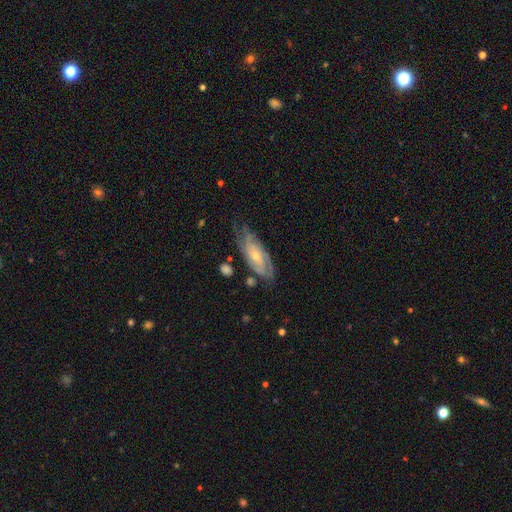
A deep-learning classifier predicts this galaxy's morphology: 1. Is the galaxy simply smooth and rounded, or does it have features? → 76% featured or disk, 17% smooth, 7% star or artifact.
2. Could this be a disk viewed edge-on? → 89% no, 11% yes.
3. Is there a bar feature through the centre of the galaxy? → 66% no, 27% weak, 6% strong.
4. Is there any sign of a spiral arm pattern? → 91% yes, 9% no.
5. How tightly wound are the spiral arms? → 59% tight, 32% medium, 9% loose.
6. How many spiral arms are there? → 42% 2, 35% can't tell, 12% 3, 4% 4, 4% 1, 3% more than 4.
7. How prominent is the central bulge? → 62% small, 34% moderate, 2% none, 1% large, 1% dominant.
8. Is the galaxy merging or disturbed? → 68% none, 22% minor disturbance, 7% major disturbance, 3% merger.